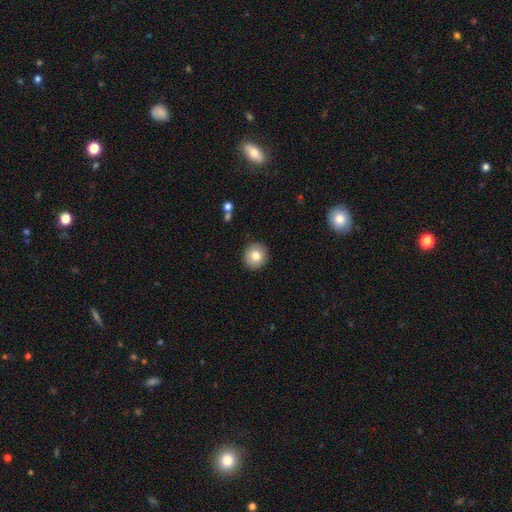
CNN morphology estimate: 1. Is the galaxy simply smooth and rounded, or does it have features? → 79% smooth, 12% featured or disk, 8% star or artifact.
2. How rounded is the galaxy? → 90% round, 9% in between, 1% cigar-shaped.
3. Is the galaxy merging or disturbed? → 91% none, 6% minor disturbance, 2% major disturbance, 1% merger.